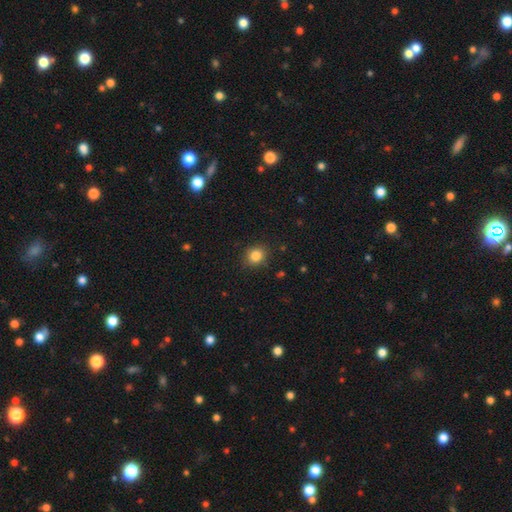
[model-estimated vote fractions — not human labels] Smooth or featured?
  - smooth: 84% *
  - star or artifact: 10%
  - featured or disk: 5%
How rounded?
  - round: 73% *
  - in between: 27%
  - cigar-shaped: 1%
Merging?
  - none: 88% *
  - minor disturbance: 9%
  - major disturbance: 2%
  - merger: 1%